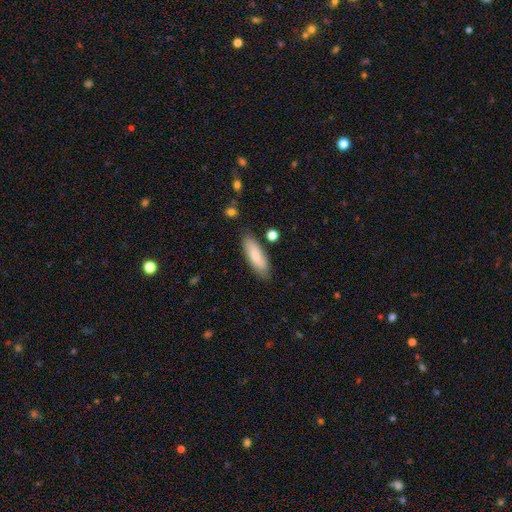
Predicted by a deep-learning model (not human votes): This appears to be a smooth galaxy with no disk features (80%) that is in between round and cigar-shaped (54%). Merging: none (82%).